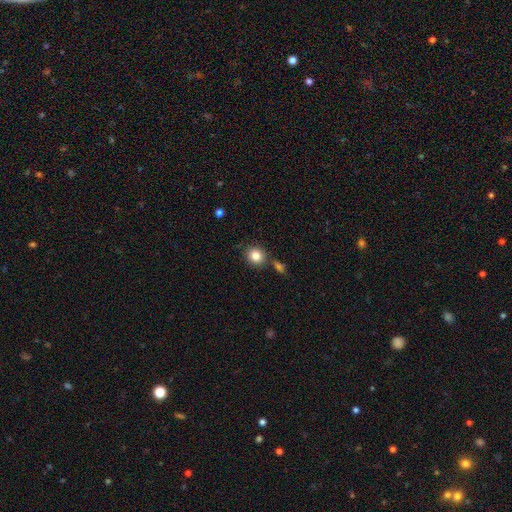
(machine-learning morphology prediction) The model was most divided on "merging": none: 78%, minor disturbance: 10%, merger: 9%, major disturbance: 3%. More confident: how rounded — round (85%); smooth or featured — smooth (83%).